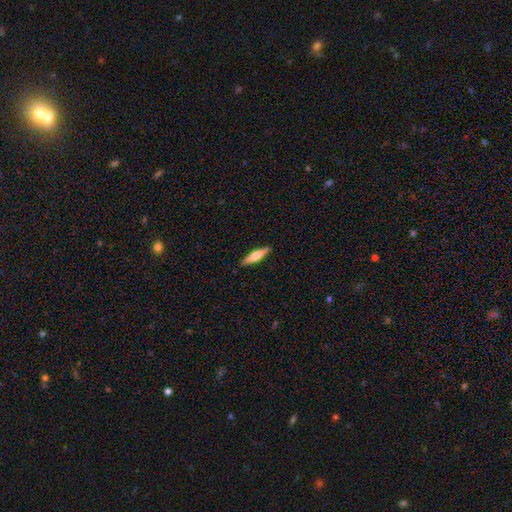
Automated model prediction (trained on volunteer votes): A smooth galaxy with no disk features (50%).

Vote fractions:
- Smooth or featured? smooth: 50% / featured or disk: 45% / star or artifact: 5%
- Merging? none: 90% / minor disturbance: 7% / major disturbance: 2% / merger: 1%